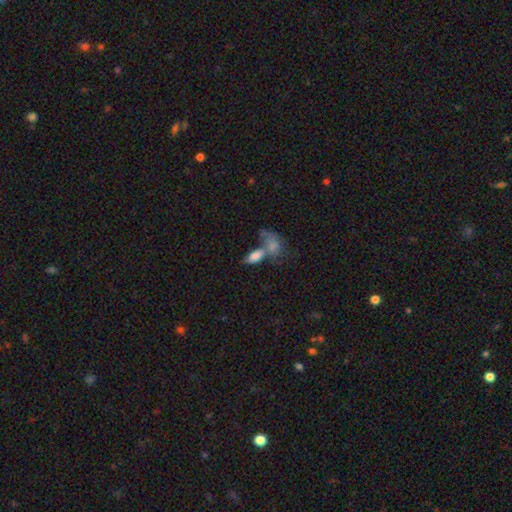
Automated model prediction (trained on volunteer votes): The model was most divided on "merging": merger: 55%, none: 25%, minor disturbance: 11%, major disturbance: 9%. More confident: how rounded — in between (89%); smooth or featured — smooth (77%).